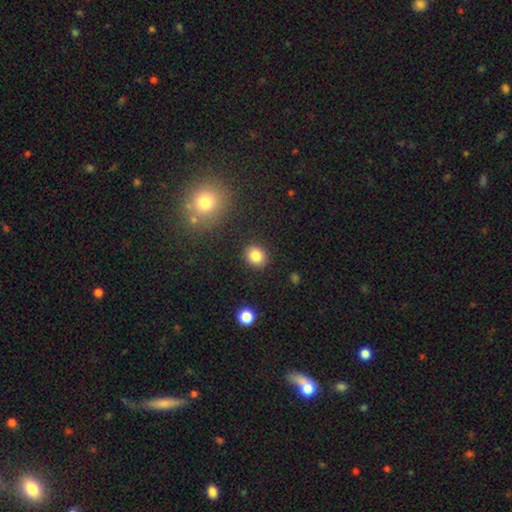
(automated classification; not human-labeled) Smooth or featured? smooth (84%)
How rounded? round (72%)
Merging? none (89%)